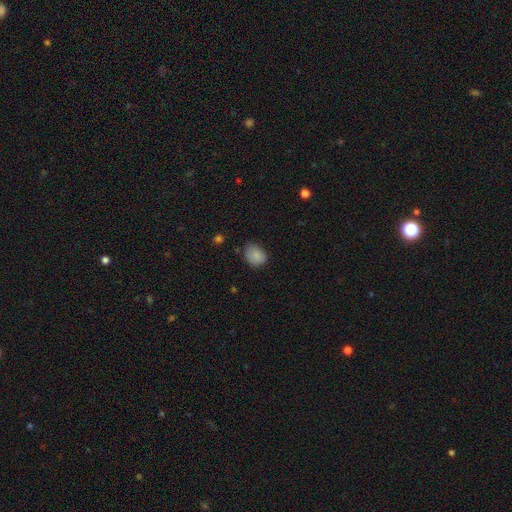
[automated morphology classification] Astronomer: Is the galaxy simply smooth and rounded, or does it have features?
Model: smooth — 85%.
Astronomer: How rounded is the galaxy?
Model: in between — 58% (runner-up: round, 41%).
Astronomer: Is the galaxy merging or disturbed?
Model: none — 65%.